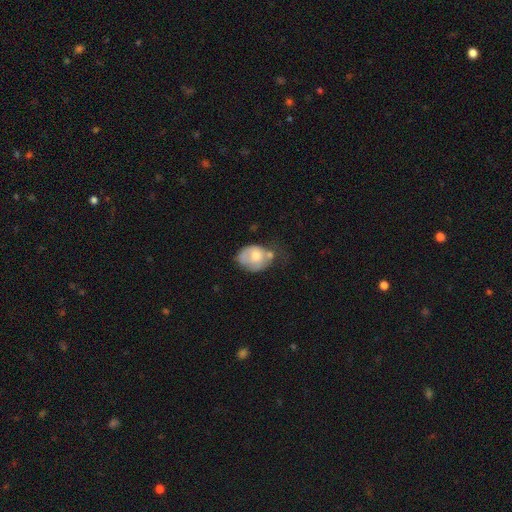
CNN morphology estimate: Smooth or featured? smooth (60%)
How rounded? in between (55%)
Merging? minor disturbance (29%, tied with none)